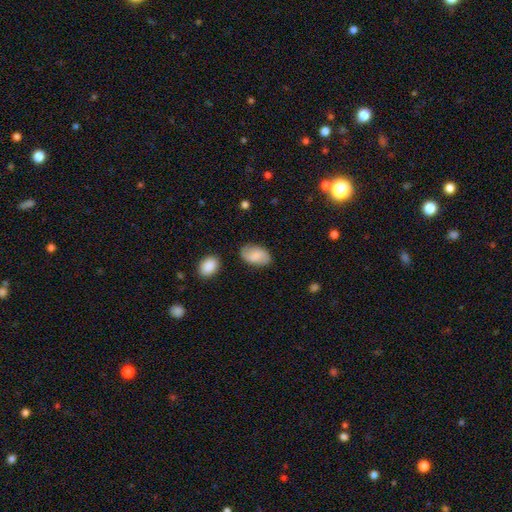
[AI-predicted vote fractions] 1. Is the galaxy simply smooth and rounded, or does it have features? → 74% smooth, 19% featured or disk, 7% star or artifact.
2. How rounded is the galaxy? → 93% in between, 6% round, 2% cigar-shaped.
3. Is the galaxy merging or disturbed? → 79% none, 16% minor disturbance, 4% major disturbance, 2% merger.